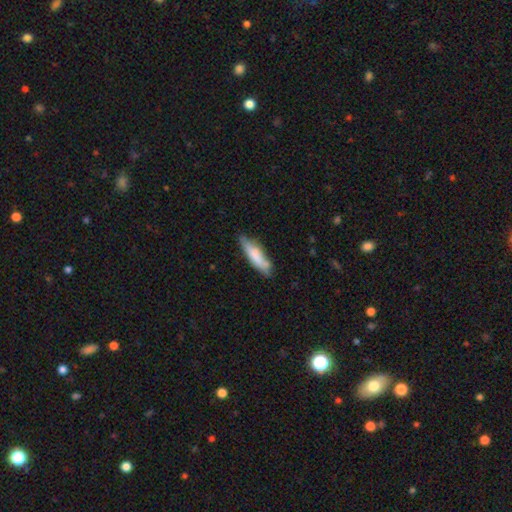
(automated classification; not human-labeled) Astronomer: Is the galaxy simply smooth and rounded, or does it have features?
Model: smooth — 75%.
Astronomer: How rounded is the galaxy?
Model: cigar-shaped — 69%.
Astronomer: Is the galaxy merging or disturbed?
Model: none — 67%.